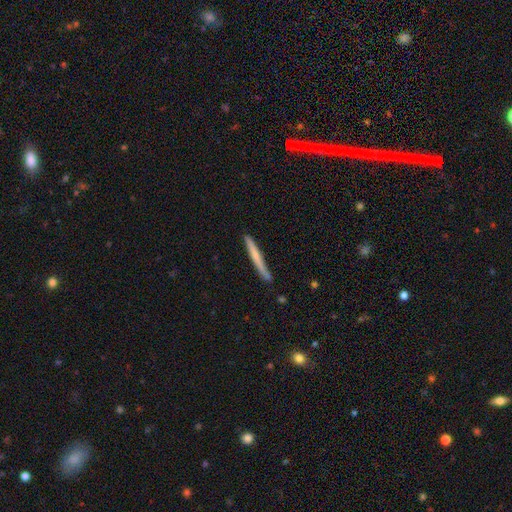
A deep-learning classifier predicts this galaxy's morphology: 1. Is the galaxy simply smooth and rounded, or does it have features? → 57% smooth, 37% featured or disk, 5% star or artifact.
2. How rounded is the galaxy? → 97% cigar-shaped, 2% in between, 1% round.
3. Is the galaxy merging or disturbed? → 83% none, 13% minor disturbance, 2% merger, 2% major disturbance.